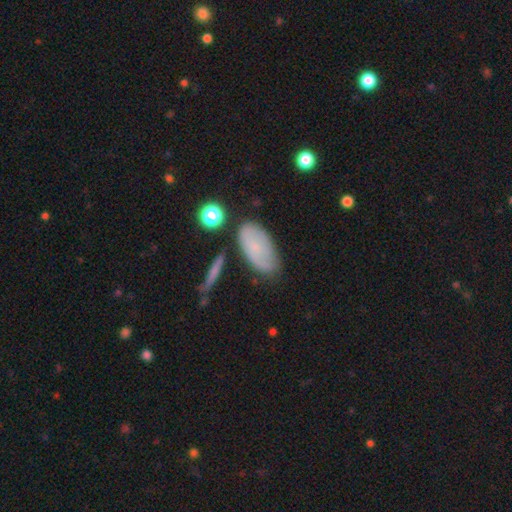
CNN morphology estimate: smooth-or-featured: smooth: 61% | featured or disk: 31% | star or artifact: 7%
  how-rounded: in between: 92% | round: 4% | cigar-shaped: 4%
  merging: none: 63% | minor disturbance: 24% | major disturbance: 8% | merger: 6%